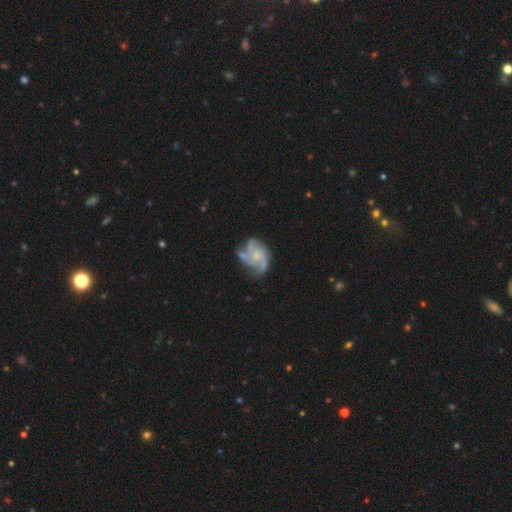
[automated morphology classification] A featured or disk galaxy (81%) with no bar (76%), 3 (50%) medium (48%) spiral arms (94%) and a small central bulge (62%).

Vote fractions:
- Smooth or featured? featured or disk: 81% / smooth: 12% / star or artifact: 6%
- Edge-on disk? no: 98% / yes: 2%
- Bar? no: 76% / weak: 21% / strong: 3%
- Spiral arms? yes: 94% / no: 6%
- Spiral winding? medium: 48% / tight: 29% / loose: 23%
- Spiral arm count? 3: 50% / 2: 16% / 4: 12% / can't tell: 12% / 1: 5% / more than 4: 4%
- Bulge size? small: 62% / moderate: 27% / none: 8% / large: 2% / dominant: 1%
- Merging? none: 54% / minor disturbance: 24% / major disturbance: 15% / merger: 8%